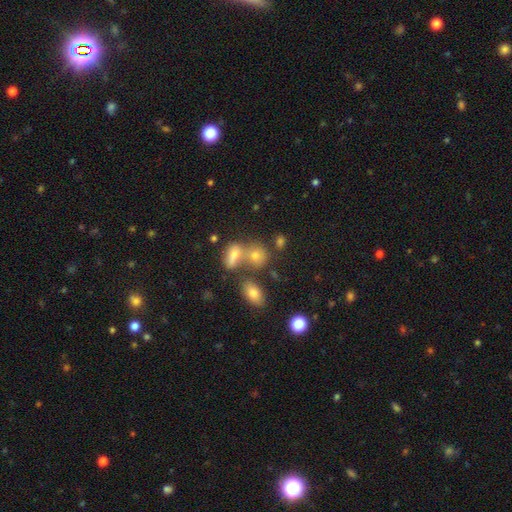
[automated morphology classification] Smooth or featured?
  - smooth: 73% *
  - star or artifact: 15%
  - featured or disk: 13%
How rounded?
  - round: 49% *
  - in between: 48%
  - cigar-shaped: 3%
Merging?
  - merger: 43% *
  - none: 42%
  - minor disturbance: 10%
  - major disturbance: 5%